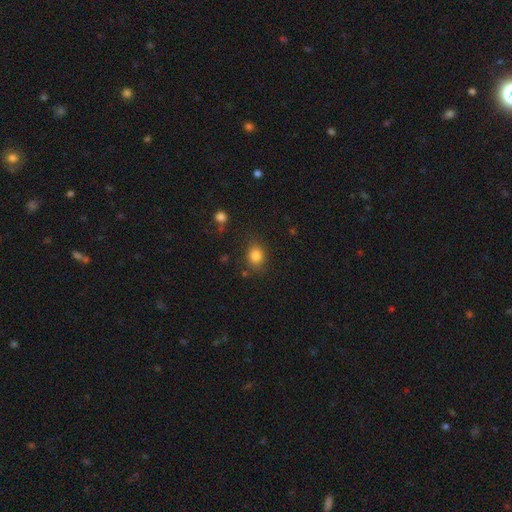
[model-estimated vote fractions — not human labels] This appears to be a smooth galaxy with no disk features (83%) that is round (60%). Merging: none (79%).